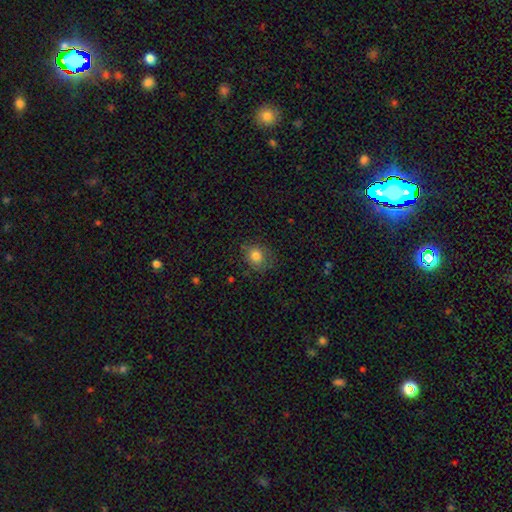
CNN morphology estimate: smooth_or_featured: smooth (p=0.81) [alt: star or artifact p=0.10]
how_rounded: round (p=0.69) [alt: in between p=0.30]
merging: none (p=0.74) [alt: minor disturbance p=0.18]